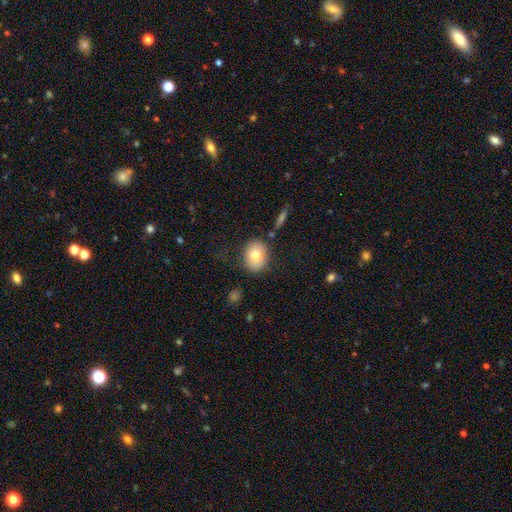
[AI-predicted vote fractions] The model was most divided on "how rounded": in between: 55%, round: 44%, cigar-shaped: 1%. More confident: merging — none (81%); smooth or featured — smooth (76%).